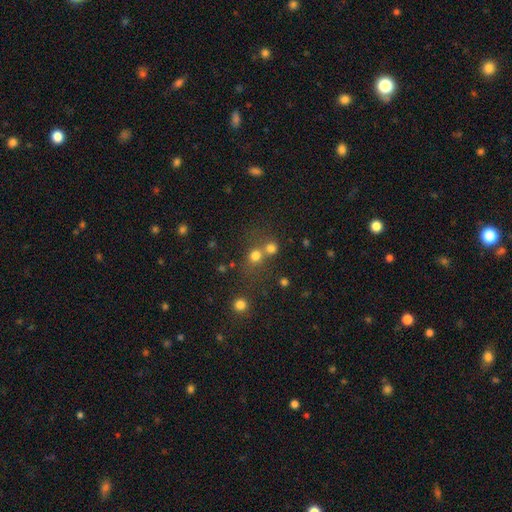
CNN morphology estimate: This is likely a smooth galaxy (73%). How rounded: clearly round (83%). Merging: possibly none (48%).